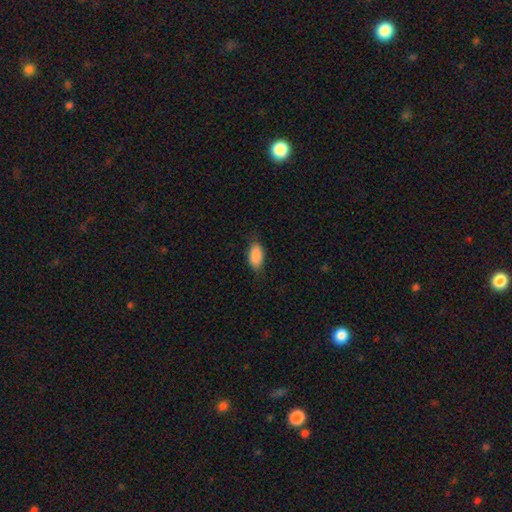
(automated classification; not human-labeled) smooth 89%, star or artifact 7%, featured or disk 5%. Down the decision tree: how rounded — in between (92%); merging — none (77%).